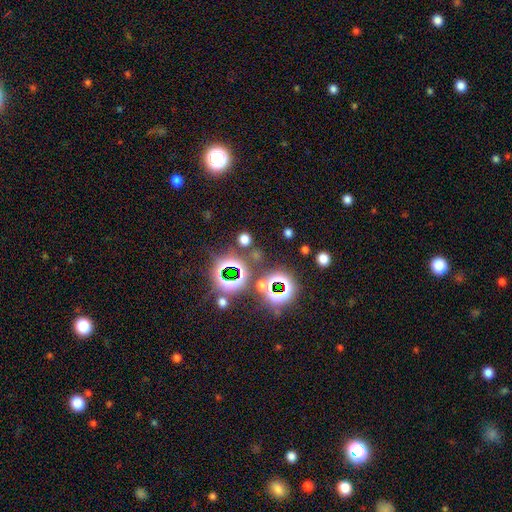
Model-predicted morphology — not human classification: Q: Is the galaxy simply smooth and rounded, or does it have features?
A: star or artifact — 67%.